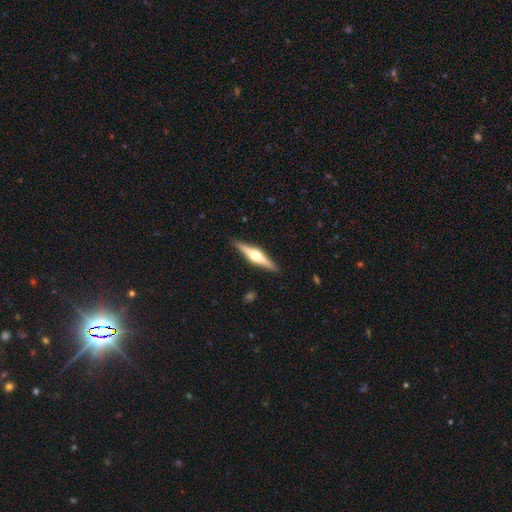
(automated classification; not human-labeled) featured or disk 72%, smooth 23%, star or artifact 5%. Down the decision tree: edge-on disk — yes (98%); edge-on bulge — rounded (94%); merging — none (91%).